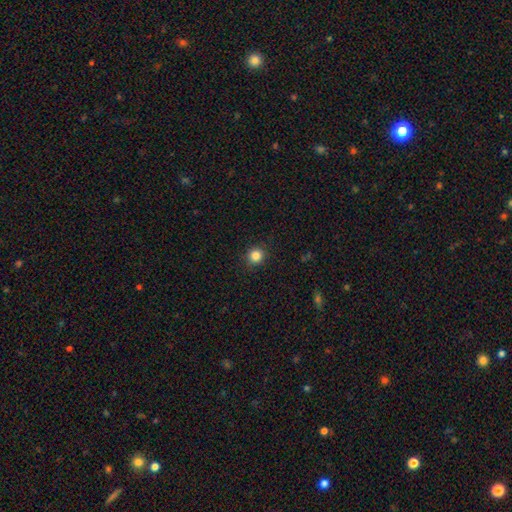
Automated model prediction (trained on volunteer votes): This appears to be a smooth galaxy with no disk features (84%) that is round (91%). Merging: none (91%).